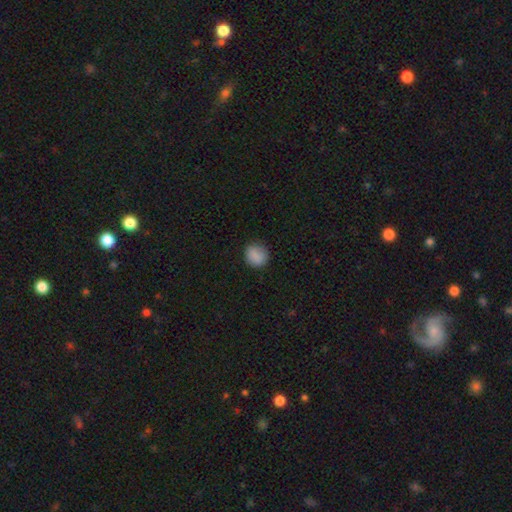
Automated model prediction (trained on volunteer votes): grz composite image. It shows a smooth galaxy with no disk features (86%) that is round (79%). Merging: none (85%).